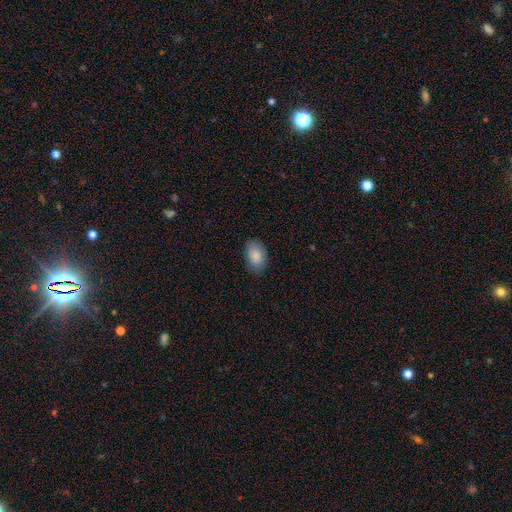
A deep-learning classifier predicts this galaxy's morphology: Q: Smooth or featured?
A: smooth (88%); runner-up: star or artifact (7%)
Q: How rounded?
A: in between (89%); runner-up: round (9%)
Q: Merging?
A: none (84%); runner-up: minor disturbance (12%)